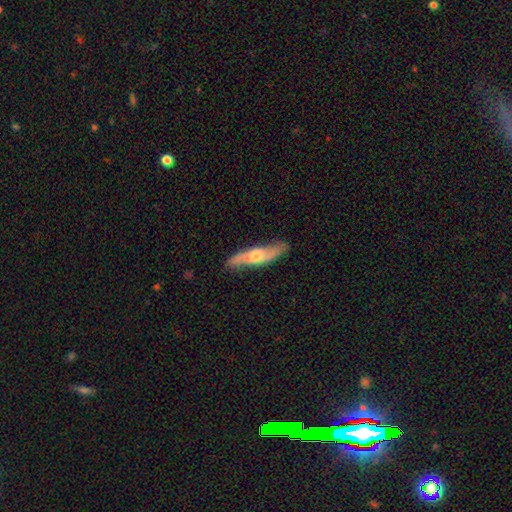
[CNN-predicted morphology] Overall: featured or disk (57%; smooth 38%). Edge-on disk: no (50%, tied with yes). Merging: none (80%).